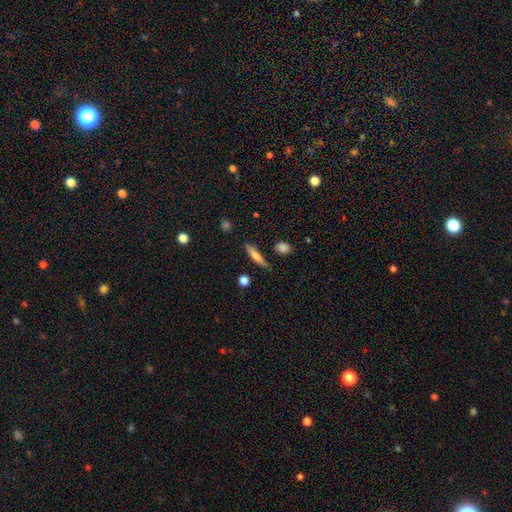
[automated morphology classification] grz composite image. It shows a smooth galaxy with no disk features (64%) that is cigar-shaped (85%). Merging: none (82%).